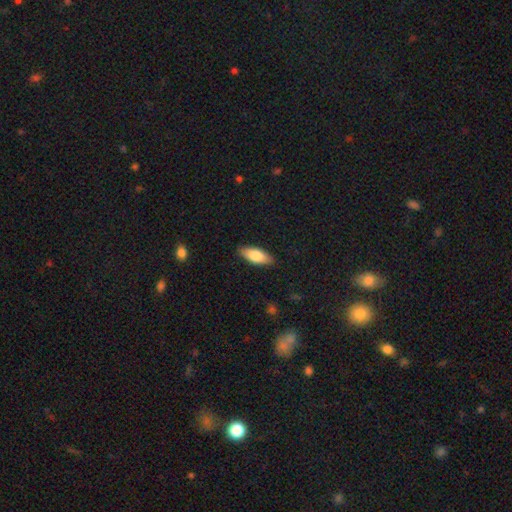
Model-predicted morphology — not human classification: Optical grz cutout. It shows a smooth galaxy with no disk features (78%) that is in between round and cigar-shaped (76%). Merging: none (88%).